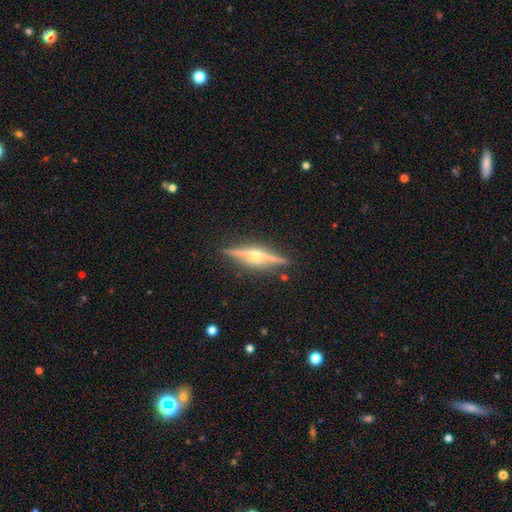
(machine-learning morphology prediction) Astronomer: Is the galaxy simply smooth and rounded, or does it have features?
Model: featured or disk — 82%.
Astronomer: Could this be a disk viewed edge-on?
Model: yes — 98%.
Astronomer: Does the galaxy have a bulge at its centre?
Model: rounded — 90%.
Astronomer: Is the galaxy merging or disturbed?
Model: none — 90%.